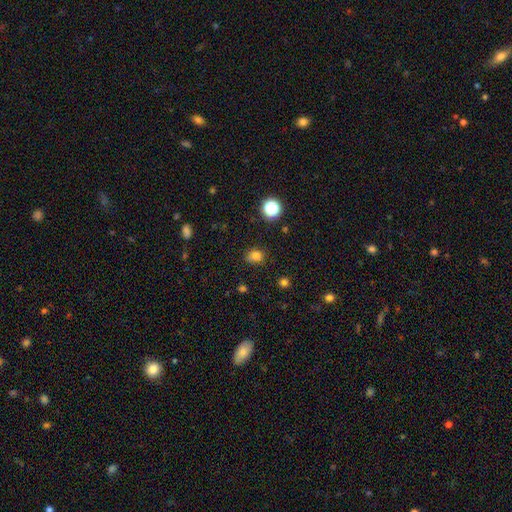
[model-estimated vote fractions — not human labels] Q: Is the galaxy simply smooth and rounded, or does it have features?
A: smooth — 79%.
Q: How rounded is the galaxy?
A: round — 57%.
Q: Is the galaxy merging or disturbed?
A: none — 76%.